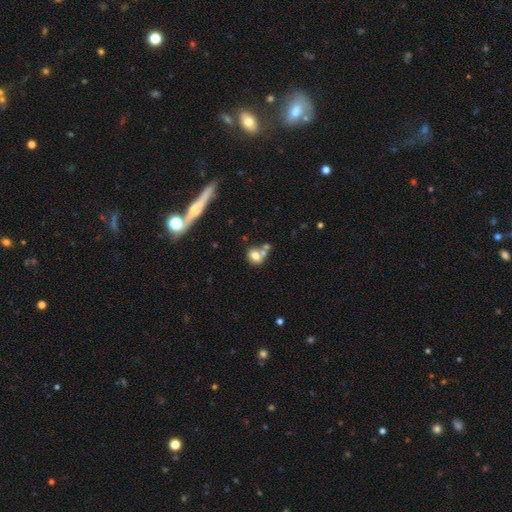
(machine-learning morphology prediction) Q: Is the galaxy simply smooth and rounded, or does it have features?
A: smooth — 73%.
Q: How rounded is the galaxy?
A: in between — 50%.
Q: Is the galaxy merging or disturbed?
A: none — 45%.